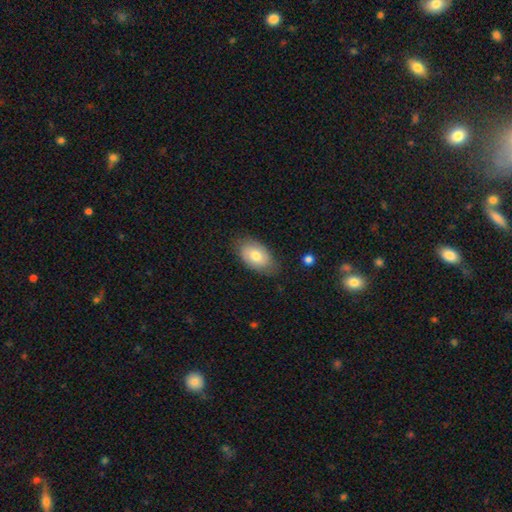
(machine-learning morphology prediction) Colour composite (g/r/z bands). It shows a smooth galaxy with no disk features (72%) that is in between round and cigar-shaped (91%). Merging: none (75%).